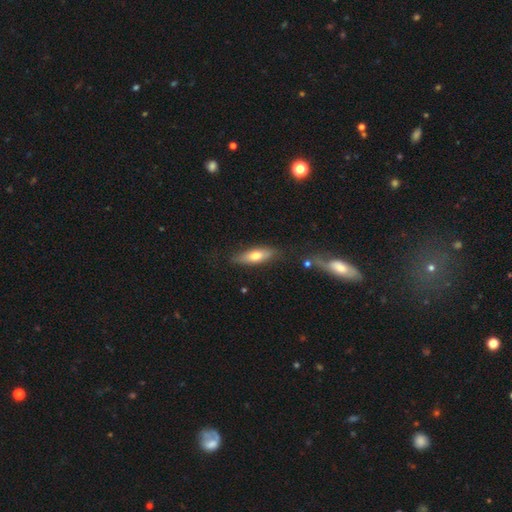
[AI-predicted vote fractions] The model was most divided on "how rounded": in between: 52%, cigar-shaped: 46%, round: 3%. More confident: merging — none (79%); smooth or featured — smooth (63%).